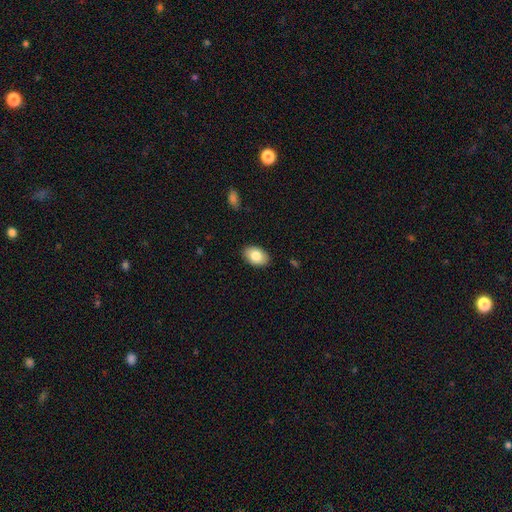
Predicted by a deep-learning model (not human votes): Smooth or featured?
  - smooth: 83% *
  - featured or disk: 10%
  - star or artifact: 7%
How rounded?
  - in between: 87% *
  - round: 12%
  - cigar-shaped: 1%
Merging?
  - none: 88% *
  - minor disturbance: 9%
  - major disturbance: 2%
  - merger: 1%